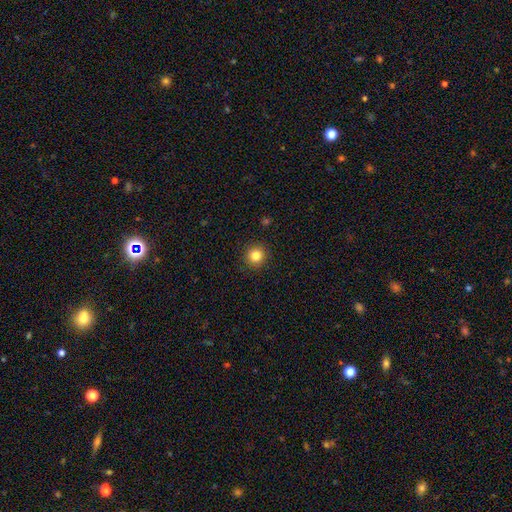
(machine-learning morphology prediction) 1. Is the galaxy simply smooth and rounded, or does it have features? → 83% smooth, 11% star or artifact, 5% featured or disk.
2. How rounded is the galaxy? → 94% round, 5% in between, 1% cigar-shaped.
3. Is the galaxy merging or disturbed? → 92% none, 5% minor disturbance, 2% major disturbance, 1% merger.